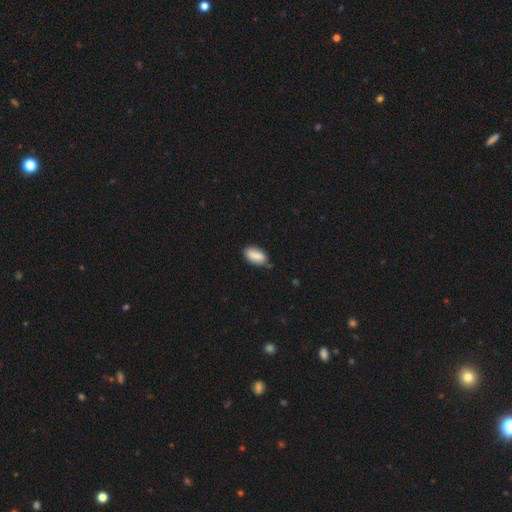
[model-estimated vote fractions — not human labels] The model was most divided on "merging": none: 70%, minor disturbance: 24%, major disturbance: 3%, merger: 3%. More confident: how rounded — in between (90%); smooth or featured — smooth (86%).